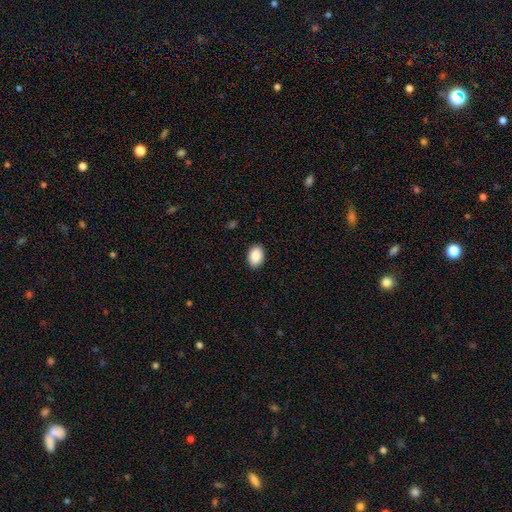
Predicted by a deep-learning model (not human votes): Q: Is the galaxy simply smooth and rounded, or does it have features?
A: smooth — 88%.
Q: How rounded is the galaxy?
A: in between — 81%.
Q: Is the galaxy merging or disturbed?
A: none — 90%.